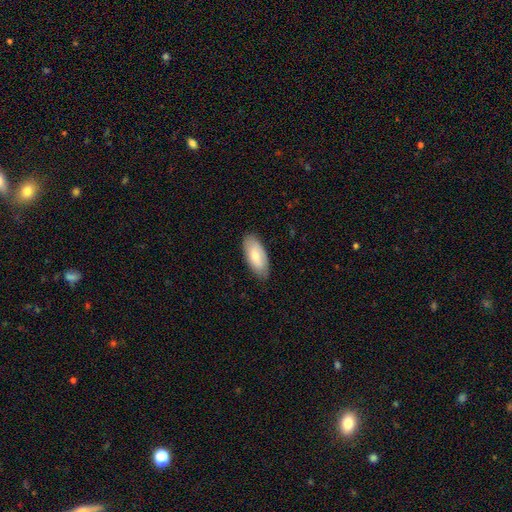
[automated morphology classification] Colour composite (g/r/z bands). It shows a smooth galaxy with no disk features (74%) that is in between round and cigar-shaped (90%). Merging: none (82%).